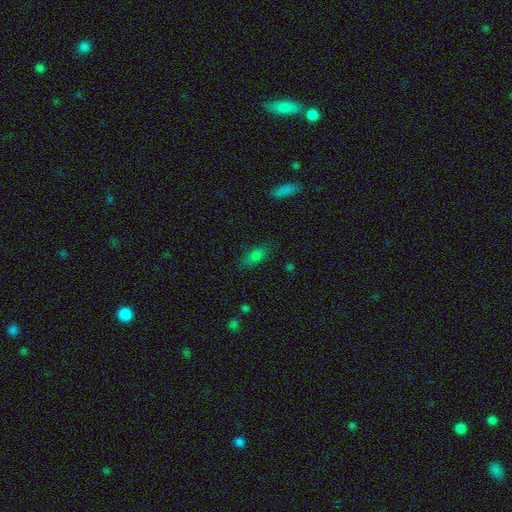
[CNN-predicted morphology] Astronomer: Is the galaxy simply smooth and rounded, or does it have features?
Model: smooth — 77%.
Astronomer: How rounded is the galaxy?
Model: in between — 80%.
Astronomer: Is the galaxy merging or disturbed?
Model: none — 77%.